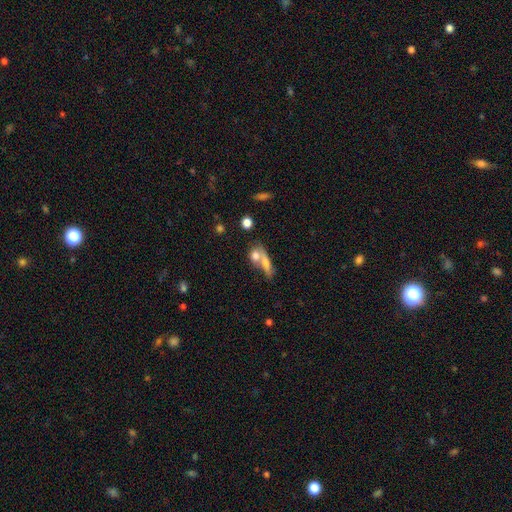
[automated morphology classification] smooth 68%, featured or disk 22%, star or artifact 10%. Down the decision tree: how rounded — in between (46%); merging — merger (51%).